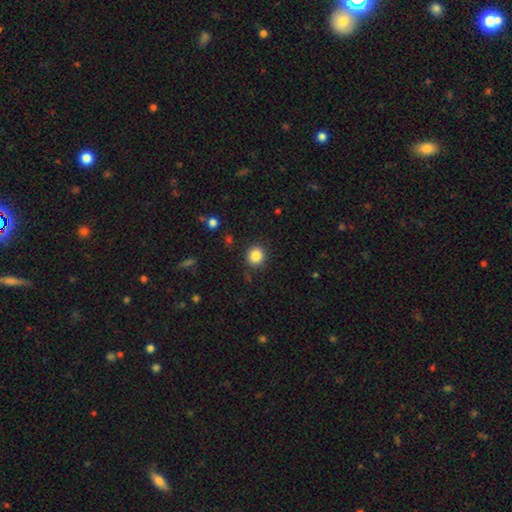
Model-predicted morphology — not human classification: Overall: smooth (85%). How rounded: round (87%). Merging: none (88%).